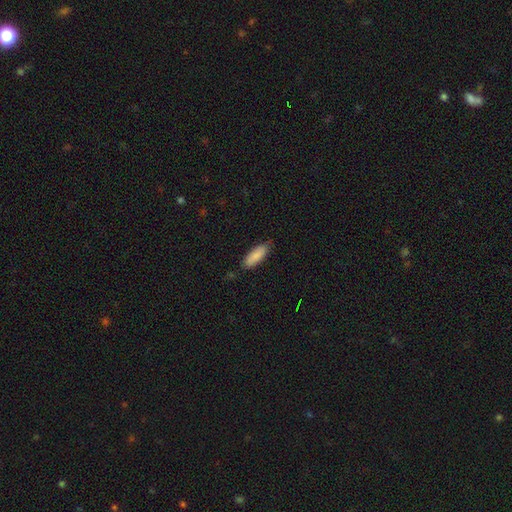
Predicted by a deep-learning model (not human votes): smooth_or_featured: smooth (p=0.87) [alt: featured or disk p=0.07]
how_rounded: in between (p=0.57) [alt: cigar-shaped p=0.41]
merging: none (p=0.79) [alt: minor disturbance p=0.16]